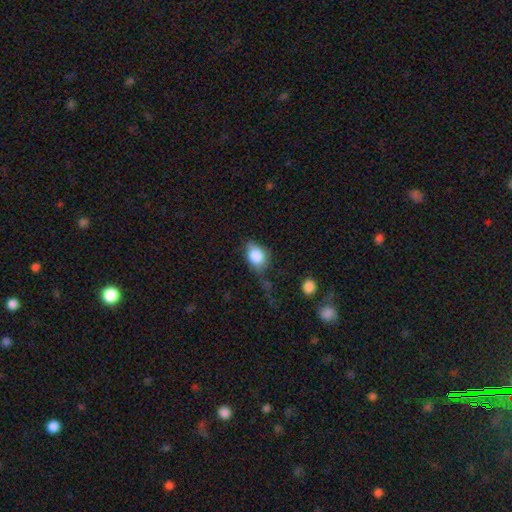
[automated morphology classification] smooth 79%, featured or disk 12%, star or artifact 9%. Down the decision tree: how rounded — in between (56%); merging — none (43%).